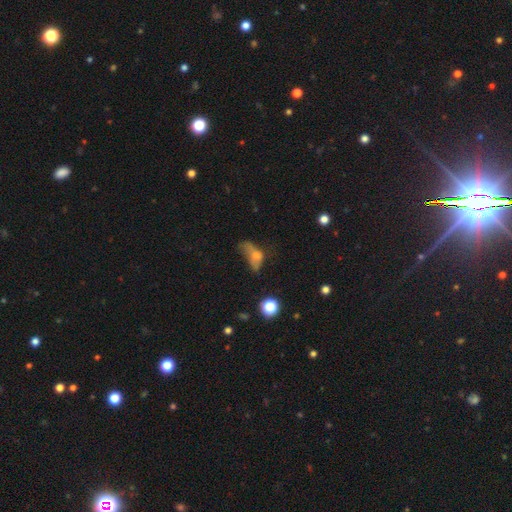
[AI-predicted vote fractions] This is possibly a smooth galaxy (52%). How rounded: likely in between (75%). Merging: possibly major disturbance (47%).